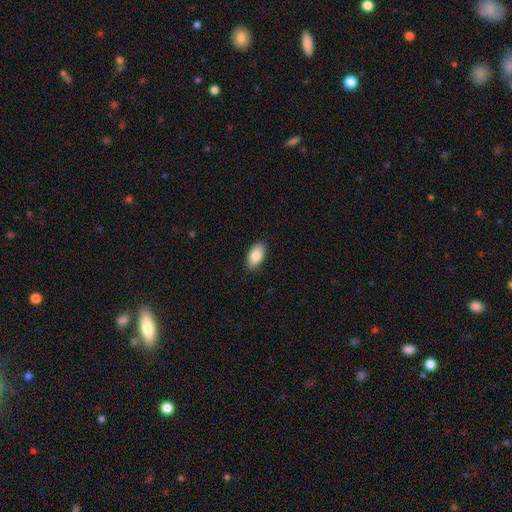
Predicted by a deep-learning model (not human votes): Smooth or featured? smooth (85%)
How rounded? in between (93%)
Merging? none (88%)